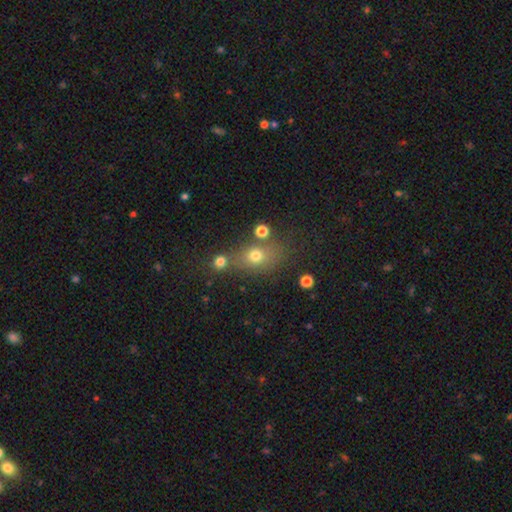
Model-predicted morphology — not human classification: This is likely a smooth galaxy (69%). How rounded: possibly in between (54%). Merging: possibly none (58%).